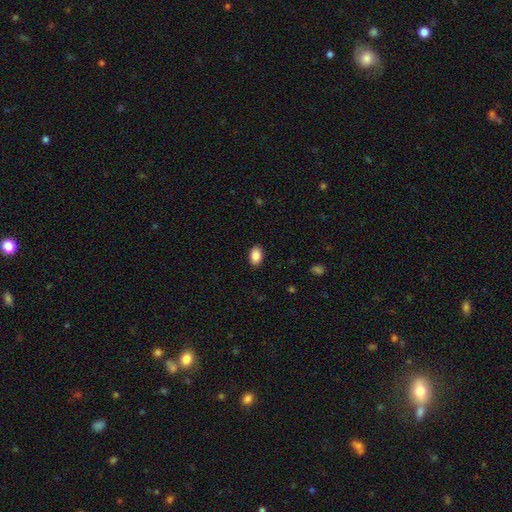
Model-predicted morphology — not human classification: smooth-or-featured: smooth: 88% | star or artifact: 7% | featured or disk: 4%
  how-rounded: in between: 87% | round: 12% | cigar-shaped: 1%
  merging: none: 89% | minor disturbance: 8% | major disturbance: 2% | merger: 1%